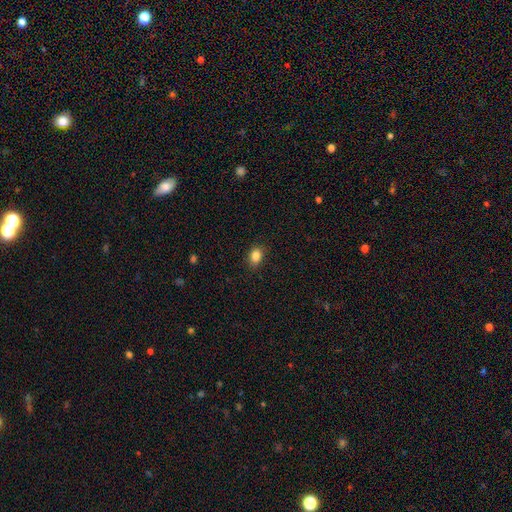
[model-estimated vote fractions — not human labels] Smooth or featured? Predicted: smooth (p=0.86). How rounded? Predicted: in between (p=0.77). Merging? Predicted: none (p=0.87).